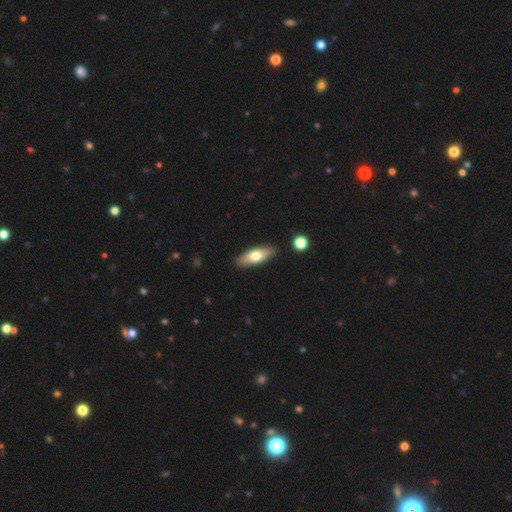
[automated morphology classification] The model was most divided on "how rounded": in between: 64%, cigar-shaped: 33%, round: 3%. More confident: merging — none (88%); smooth or featured — smooth (67%).